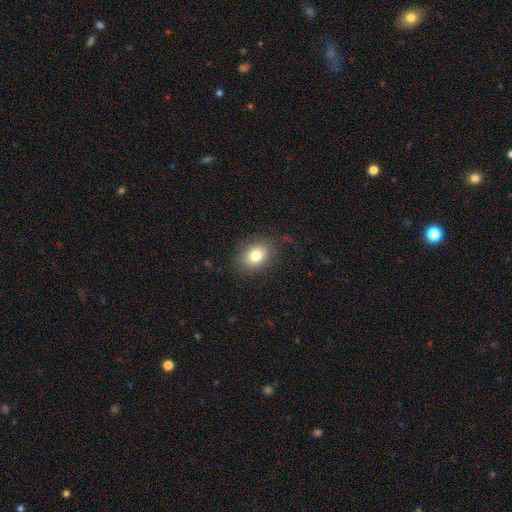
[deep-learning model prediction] Morphology: type=smooth (79%); roundness=in between (64%); merging=none (78%).